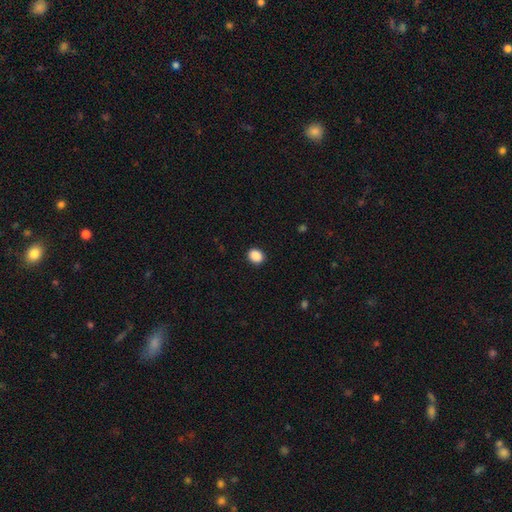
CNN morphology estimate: This is clearly a smooth galaxy (89%). How rounded: possibly round (56%). Merging: clearly none (90%).